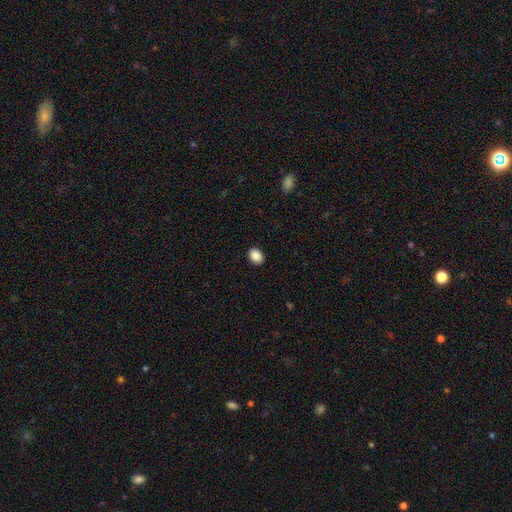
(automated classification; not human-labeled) Smooth or featured?
  - smooth: 89% *
  - star or artifact: 8%
  - featured or disk: 3%
How rounded?
  - in between: 69% *
  - round: 30%
  - cigar-shaped: 1%
Merging?
  - none: 90% *
  - minor disturbance: 7%
  - major disturbance: 2%
  - merger: 1%